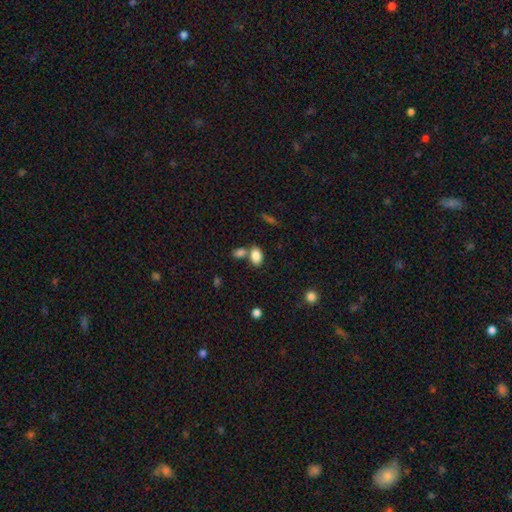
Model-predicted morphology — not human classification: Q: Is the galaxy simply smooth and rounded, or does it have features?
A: smooth — 85%.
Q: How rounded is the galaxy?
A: in between — 85%.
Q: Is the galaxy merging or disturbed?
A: none — 57%.